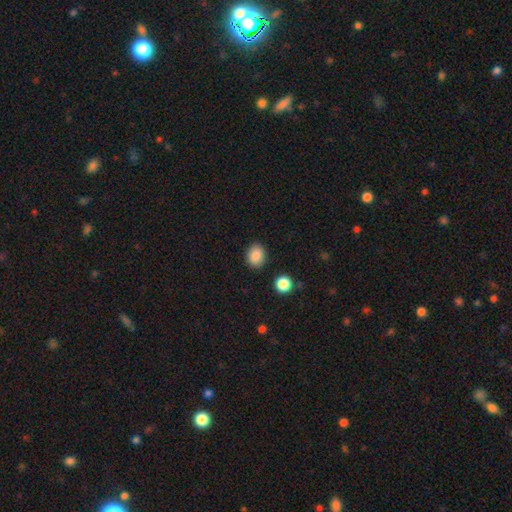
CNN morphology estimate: Overall: smooth (88%). How rounded: in between (52%; round 47%). Merging: none (87%).